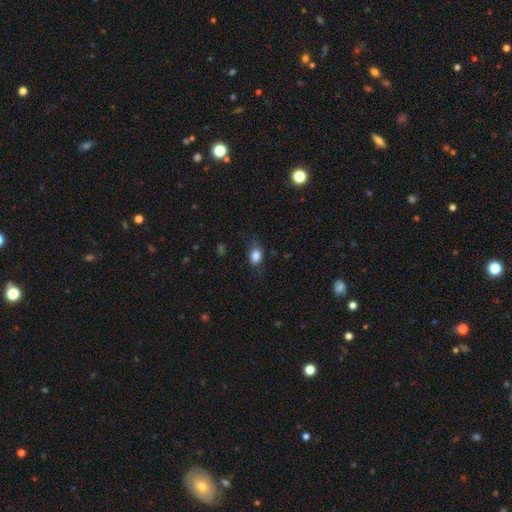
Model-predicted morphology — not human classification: Overall: smooth (82%). How rounded: in between (70%). Merging: none (68%).